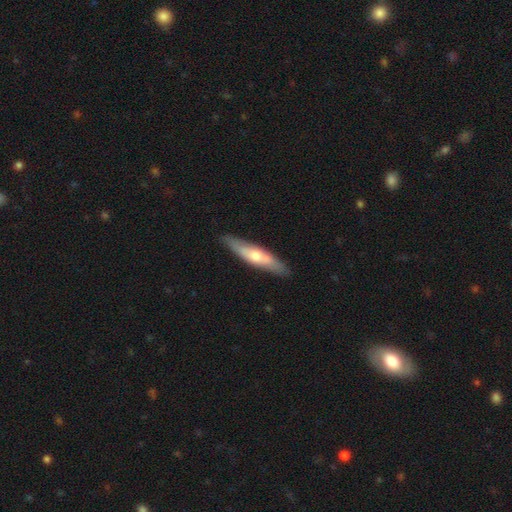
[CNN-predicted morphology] This is possibly a smooth galaxy (48%). Merging: clearly none (86%).